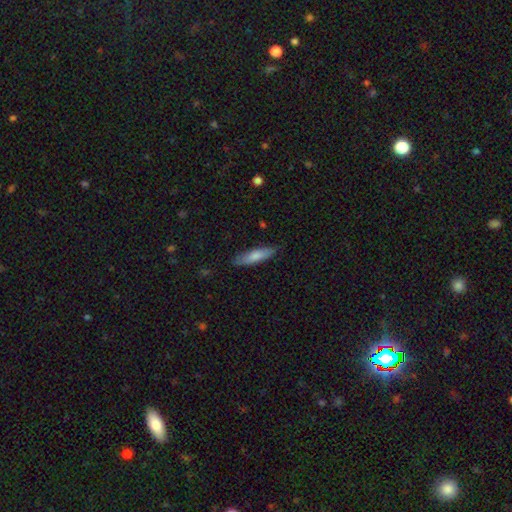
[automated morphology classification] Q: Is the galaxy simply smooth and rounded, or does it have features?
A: smooth — 78%.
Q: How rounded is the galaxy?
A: cigar-shaped — 66%.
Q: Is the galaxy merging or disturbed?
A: none — 83%.